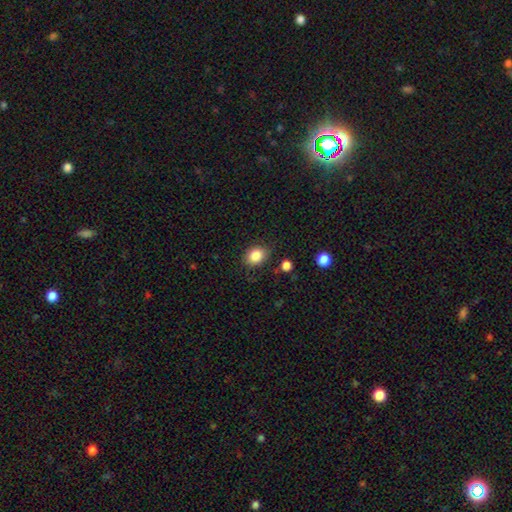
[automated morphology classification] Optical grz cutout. It shows a smooth galaxy with no disk features (85%) that is in between round and cigar-shaped (52%). Merging: none (81%).